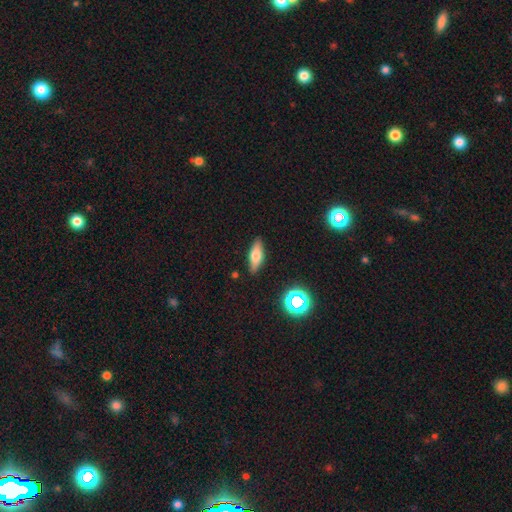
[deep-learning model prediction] A smooth galaxy with no disk features (61%) that is in between round and cigar-shaped (62%). Merging: none (86%).